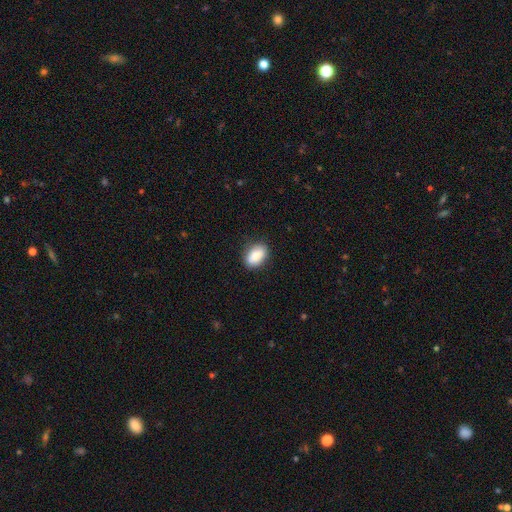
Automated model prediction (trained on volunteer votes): The model was most divided on "merging": none: 85%, minor disturbance: 12%, major disturbance: 3%, merger: 1%. More confident: how rounded — in between (89%); smooth or featured — smooth (89%).